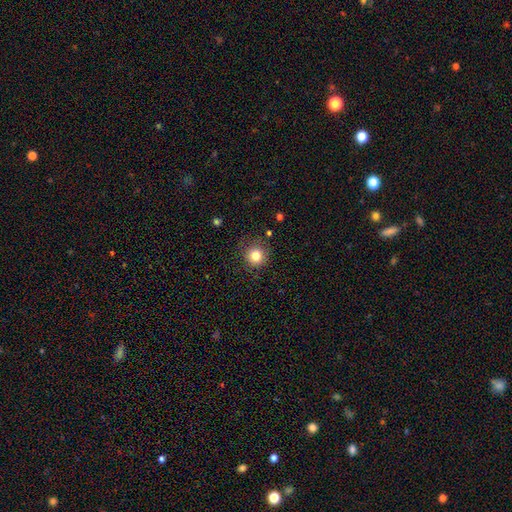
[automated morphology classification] Smooth or featured? smooth (81%)
How rounded? round (93%)
Merging? none (84%)